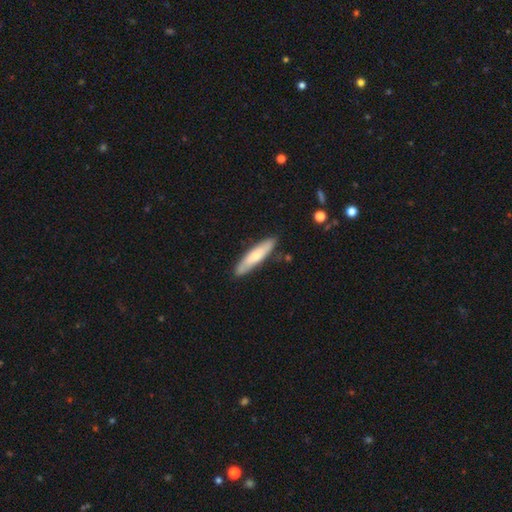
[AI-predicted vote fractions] Q: Smooth or featured?
A: smooth (66%); runner-up: featured or disk (29%)
Q: How rounded?
A: cigar-shaped (82%); runner-up: in between (17%)
Q: Merging?
A: none (85%); runner-up: minor disturbance (11%)